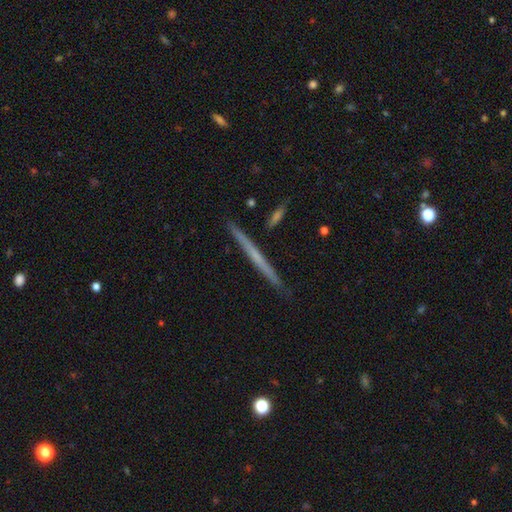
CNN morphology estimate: Q: Smooth or featured?
A: featured or disk (58%); runner-up: smooth (36%)
Q: Edge-on disk?
A: yes (98%); runner-up: no (2%)
Q: Edge-on bulge?
A: none (84%); runner-up: rounded (12%)
Q: Merging?
A: none (90%); runner-up: minor disturbance (7%)